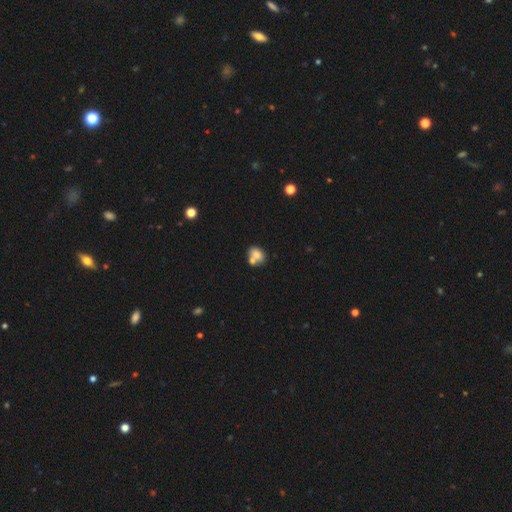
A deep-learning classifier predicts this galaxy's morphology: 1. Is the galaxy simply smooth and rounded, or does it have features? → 72% smooth, 18% featured or disk, 10% star or artifact.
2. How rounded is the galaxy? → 61% in between, 38% round, 1% cigar-shaped.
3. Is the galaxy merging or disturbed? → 45% merger, 40% none, 11% minor disturbance, 4% major disturbance.